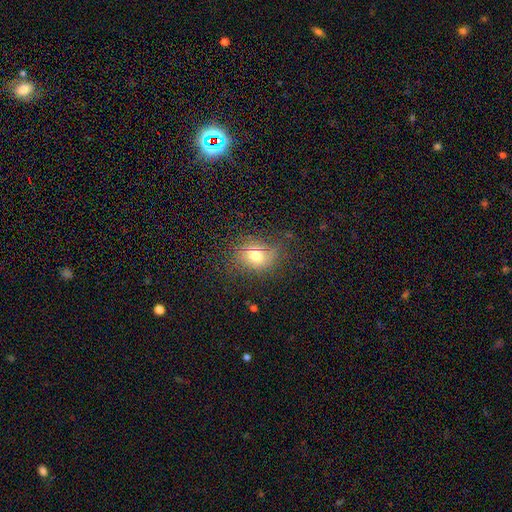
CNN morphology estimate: A smooth galaxy with no disk features (67%) that is in between round and cigar-shaped (51%). Merging: none (73%).